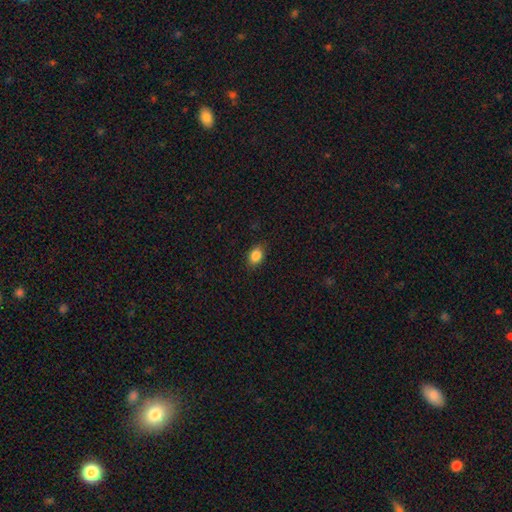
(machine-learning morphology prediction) A smooth galaxy with no disk features (86%) that is in between round and cigar-shaped (73%).

Vote fractions:
- Smooth or featured? smooth: 86% / star or artifact: 9% / featured or disk: 5%
- How rounded? in between: 73% / round: 26% / cigar-shaped: 2%
- Merging? none: 84% / minor disturbance: 12% / major disturbance: 3% / merger: 1%